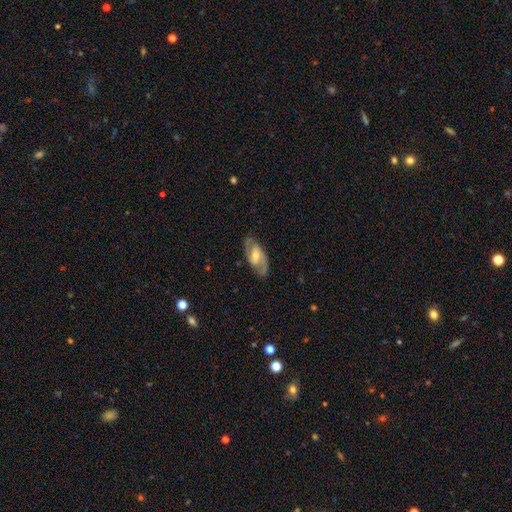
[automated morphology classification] A featured or disk galaxy (84%) with a weak bar (48%), 2 (91%) medium (55%) spiral arms (94%) and a moderate central bulge (57%). Merging: none (83%).